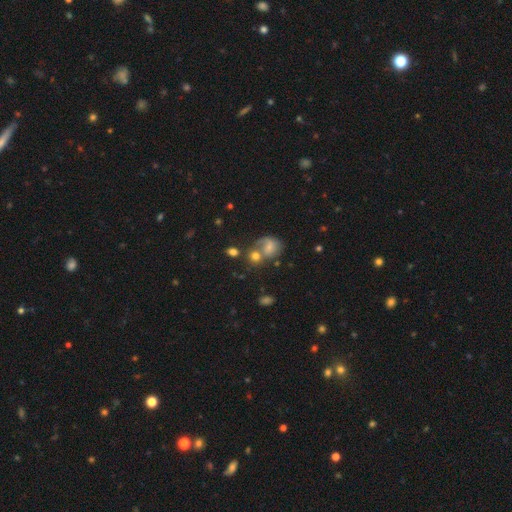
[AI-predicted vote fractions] smooth_or_featured: smooth (p=0.46) [alt: star or artifact p=0.30]
merging: none (p=0.42) [alt: merger p=0.35]